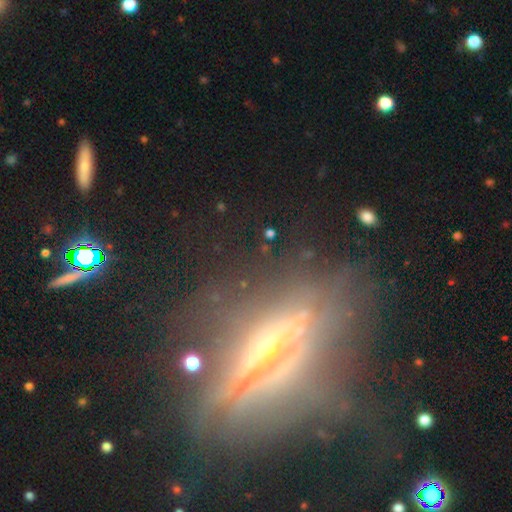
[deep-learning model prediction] Smooth or featured?
  - featured or disk: 68% *
  - star or artifact: 17%
  - smooth: 15%
Edge-on disk?
  - yes: 75% *
  - no: 25%
Edge-on bulge?
  - rounded: 81% *
  - none: 12%
  - boxy: 7%
Merging?
  - none: 71% *
  - minor disturbance: 15%
  - major disturbance: 10%
  - merger: 3%